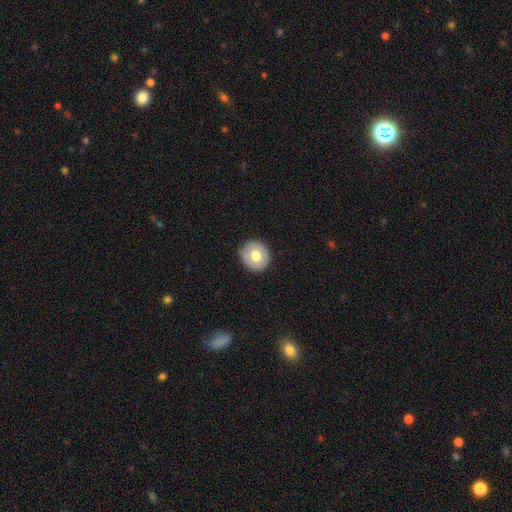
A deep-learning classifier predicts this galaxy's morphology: The model was most divided on "smooth or featured": smooth: 68%, featured or disk: 25%, star or artifact: 7%. More confident: merging — none (89%); how rounded — round (88%).